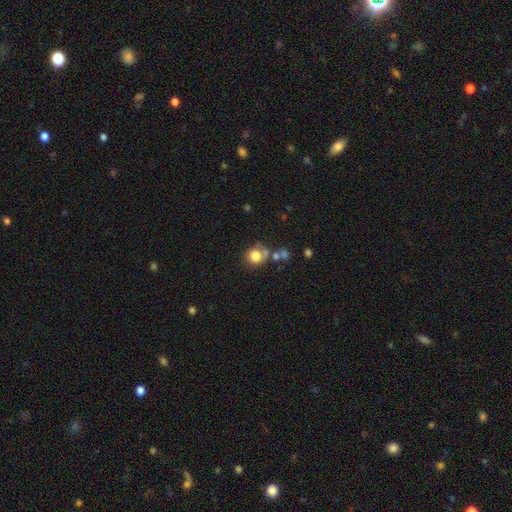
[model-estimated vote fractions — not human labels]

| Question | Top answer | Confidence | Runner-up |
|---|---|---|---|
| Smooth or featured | smooth | 79% | star or artifact (11%) |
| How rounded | round | 79% | in between (20%) |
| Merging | none | 54% | merger (21%) |